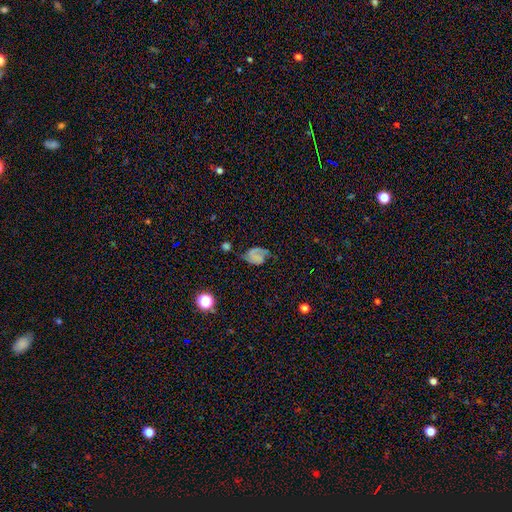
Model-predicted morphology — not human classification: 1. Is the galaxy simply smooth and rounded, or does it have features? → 49% featured or disk, 37% smooth, 15% star or artifact.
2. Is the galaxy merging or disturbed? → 44% none, 29% minor disturbance, 23% major disturbance, 4% merger.